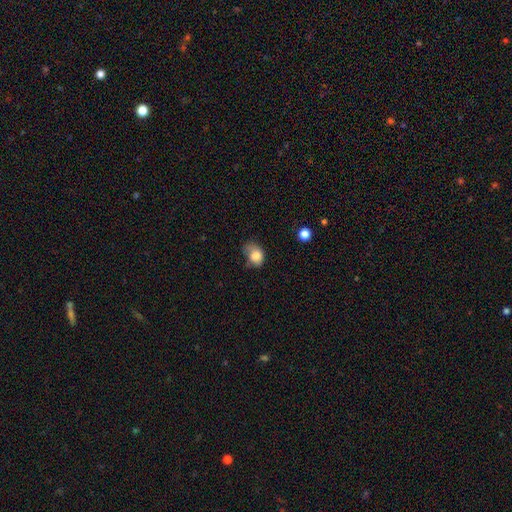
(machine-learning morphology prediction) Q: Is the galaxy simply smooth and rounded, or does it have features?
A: smooth — 79%.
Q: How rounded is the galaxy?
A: in between — 62%.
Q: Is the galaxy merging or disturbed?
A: minor disturbance — 40%.